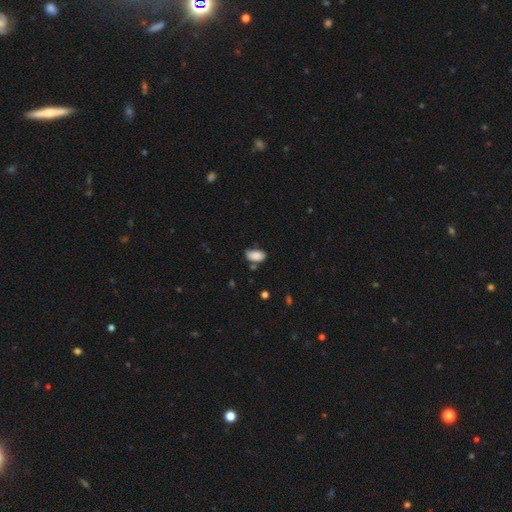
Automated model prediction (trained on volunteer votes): Morphology: type=smooth (87%); roundness=in between (94%); merging=none (61%).